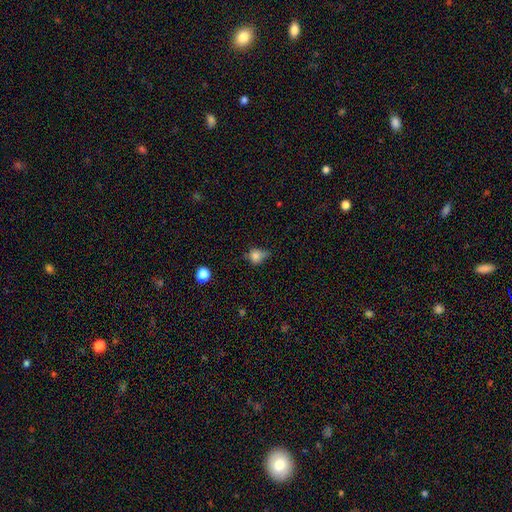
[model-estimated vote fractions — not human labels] A smooth galaxy with no disk features (74%) that is round (66%). Merging: none (42%).